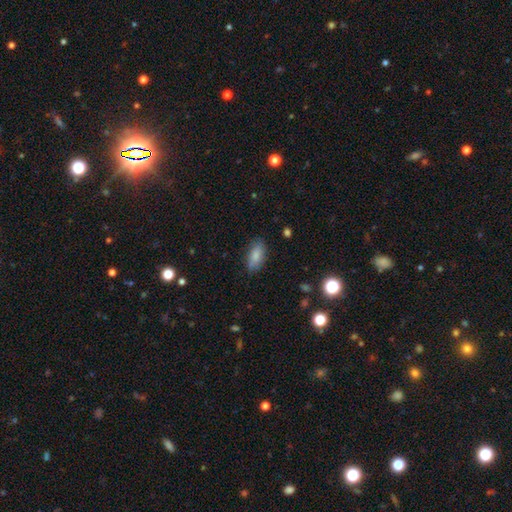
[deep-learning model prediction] This is clearly a smooth galaxy (84%). How rounded: clearly in between (88%). Merging: likely none (79%).